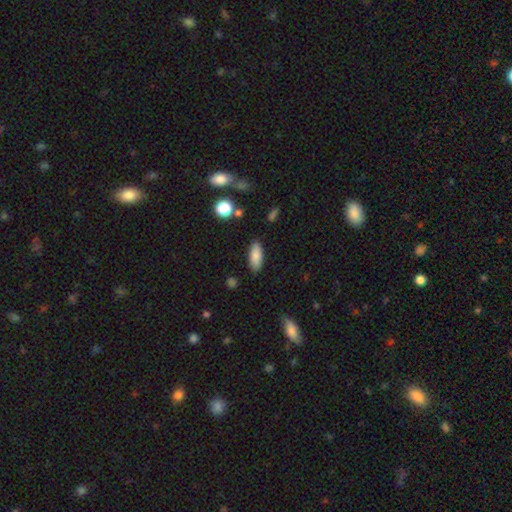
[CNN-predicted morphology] A smooth galaxy with no disk features (84%) that is in between round and cigar-shaped (79%).

Vote fractions:
- Smooth or featured? smooth: 84% / featured or disk: 8% / star or artifact: 7%
- How rounded? in between: 79% / cigar-shaped: 19% / round: 2%
- Merging? none: 86% / minor disturbance: 10% / major disturbance: 2% / merger: 2%